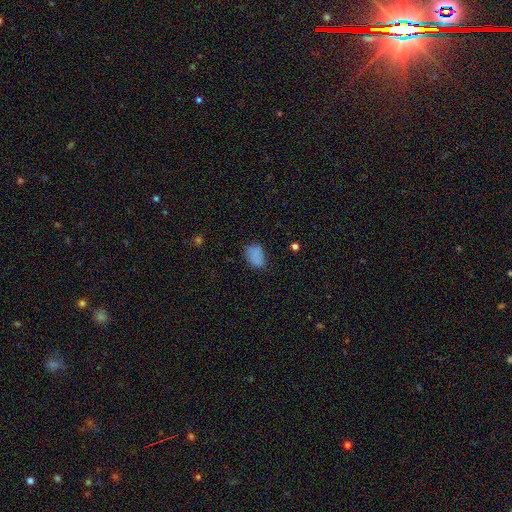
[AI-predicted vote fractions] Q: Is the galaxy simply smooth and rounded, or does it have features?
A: smooth — 83%.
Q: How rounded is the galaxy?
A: in between — 81%.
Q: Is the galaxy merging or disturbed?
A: none — 70%.